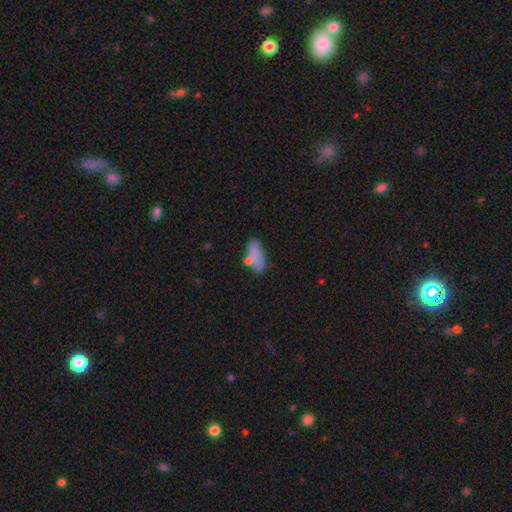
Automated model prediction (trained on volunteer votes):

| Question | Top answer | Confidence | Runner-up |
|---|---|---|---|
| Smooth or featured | smooth | 77% | featured or disk (14%) |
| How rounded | in between | 77% | cigar-shaped (18%) |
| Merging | none | 59% | minor disturbance (20%) |